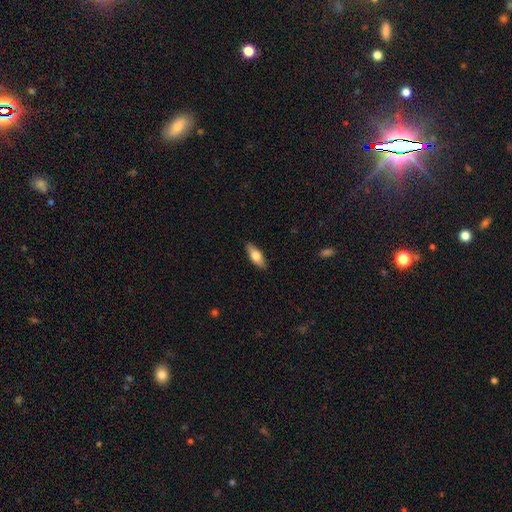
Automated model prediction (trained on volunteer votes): Smooth or featured: smooth — 70% (featured or disk — 24%)
How rounded: in between — 70% (cigar-shaped — 27%)
Merging: none — 88% (minor disturbance — 9%)